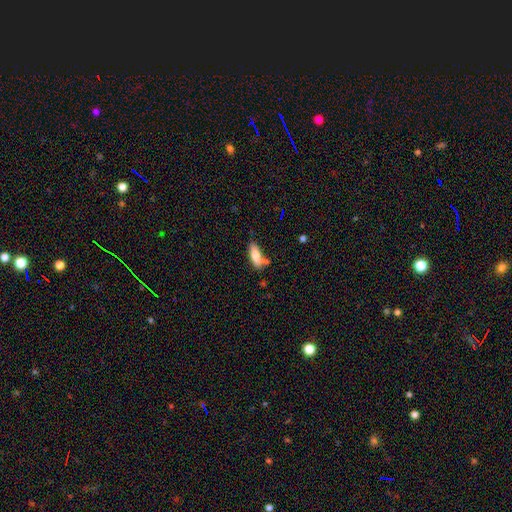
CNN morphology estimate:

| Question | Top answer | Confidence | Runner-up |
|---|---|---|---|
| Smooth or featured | smooth | 78% | featured or disk (15%) |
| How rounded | in between | 68% | cigar-shaped (30%) |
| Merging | none | 64% | minor disturbance (19%) |